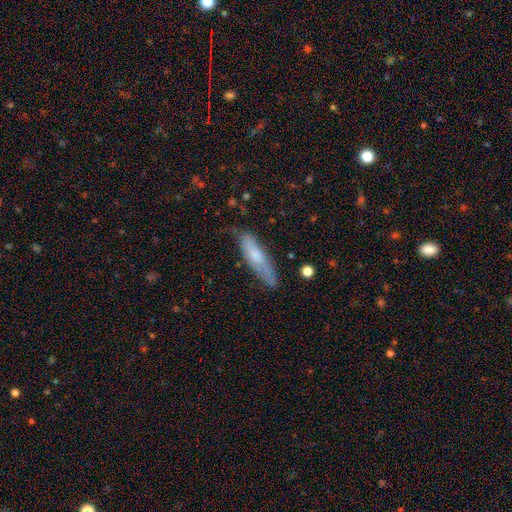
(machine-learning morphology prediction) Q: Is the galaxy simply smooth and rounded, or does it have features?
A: smooth — 60%.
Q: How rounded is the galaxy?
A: cigar-shaped — 73%.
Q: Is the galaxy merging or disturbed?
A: none — 70%.